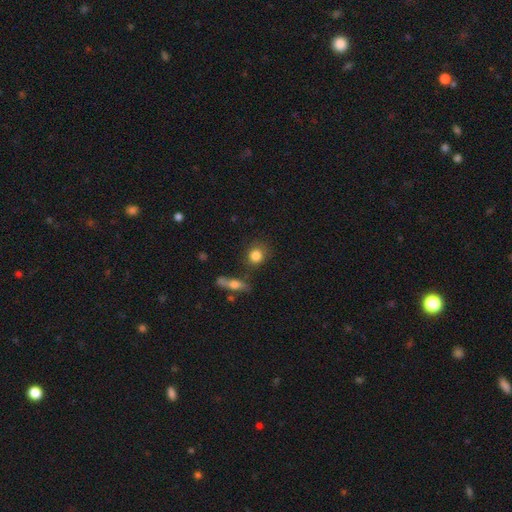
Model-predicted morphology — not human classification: Smooth or featured? smooth (83%)
How rounded? round (77%)
Merging? none (77%)